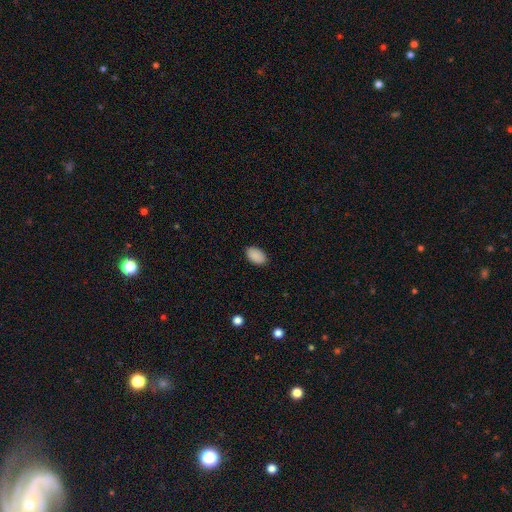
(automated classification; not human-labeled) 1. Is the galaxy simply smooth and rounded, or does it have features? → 90% smooth, 7% star or artifact, 2% featured or disk.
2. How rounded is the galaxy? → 92% in between, 7% round, 1% cigar-shaped.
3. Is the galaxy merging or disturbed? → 89% none, 8% minor disturbance, 2% major disturbance, 1% merger.